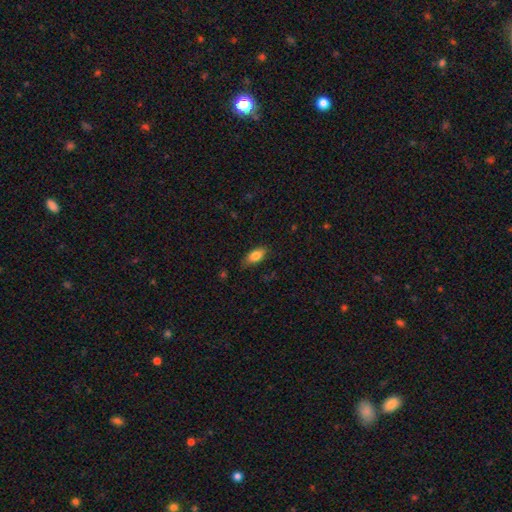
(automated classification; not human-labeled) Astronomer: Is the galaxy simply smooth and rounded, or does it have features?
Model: smooth — 81%.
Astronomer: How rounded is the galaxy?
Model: in between — 83%.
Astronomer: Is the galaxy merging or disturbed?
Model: none — 78%.